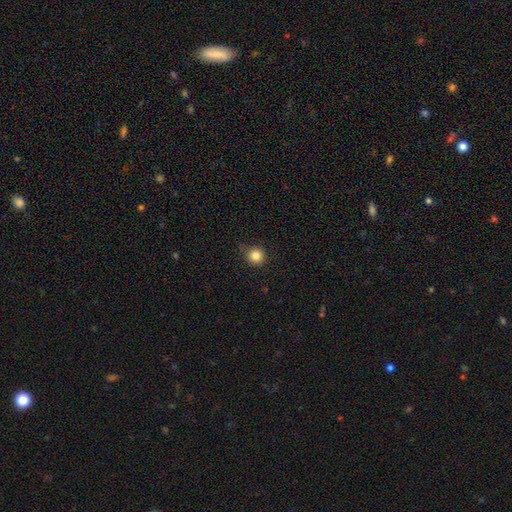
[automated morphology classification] Overall: smooth (84%). How rounded: round (93%). Merging: none (82%).